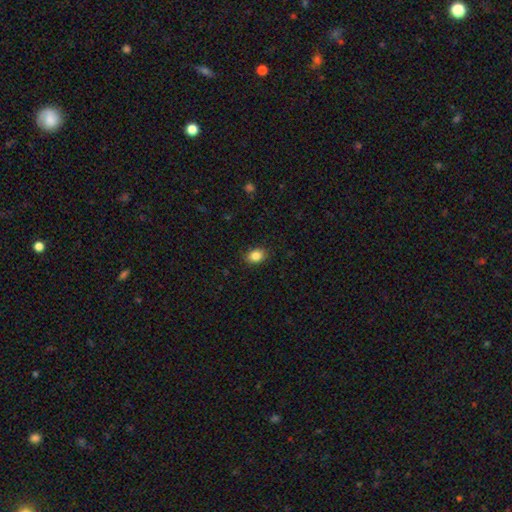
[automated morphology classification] This appears to be a smooth galaxy with no disk features (87%) that is in between round and cigar-shaped (69%). Merging: none (86%).